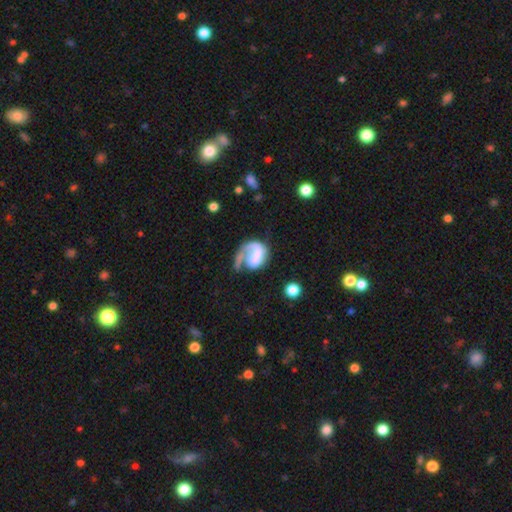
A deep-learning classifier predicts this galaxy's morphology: type=featured or disk (74%); edge-on=no (98%); bar=no (51%); spiral arms=yes (88%); winding=loose (38%); arm count=1 (84%); bulge=none (39%); merging=major disturbance (41%).